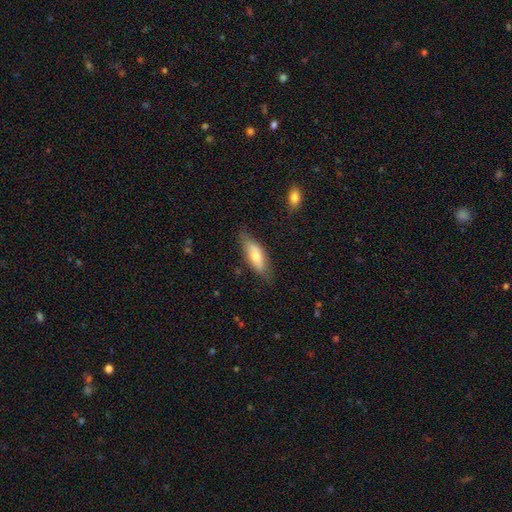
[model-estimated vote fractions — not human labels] A smooth galaxy with no disk features (66%) that is in between round and cigar-shaped (69%). Merging: none (69%).